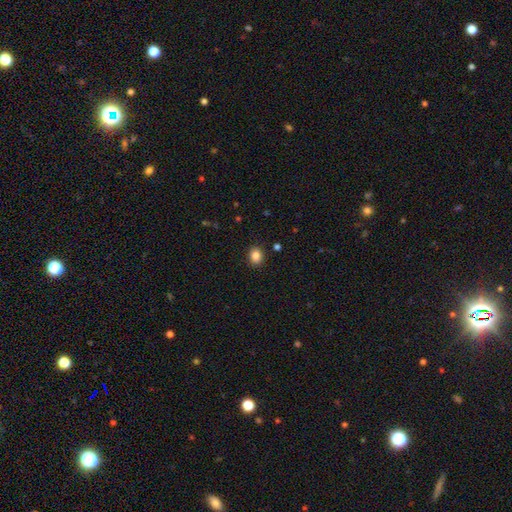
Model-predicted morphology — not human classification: type=smooth (85%); roundness=round (60%); merging=none (90%).